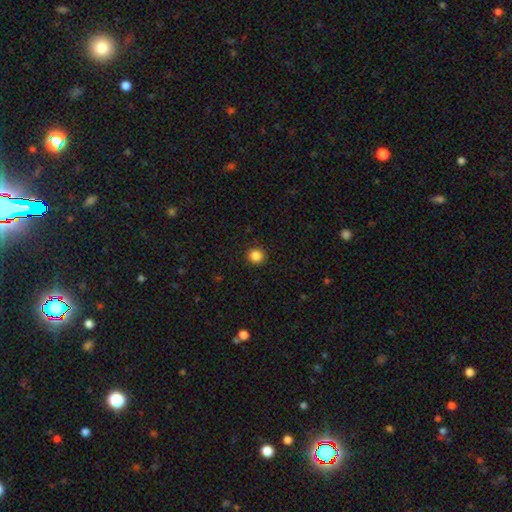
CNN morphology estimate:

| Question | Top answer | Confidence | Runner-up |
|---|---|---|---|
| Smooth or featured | smooth | 86% | star or artifact (11%) |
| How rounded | round | 90% | in between (9%) |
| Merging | none | 91% | minor disturbance (6%) |